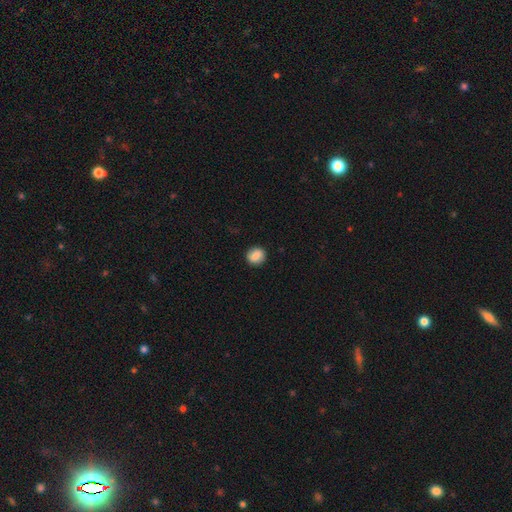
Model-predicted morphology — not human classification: A smooth galaxy with no disk features (84%) that is round (85%). Merging: none (91%).